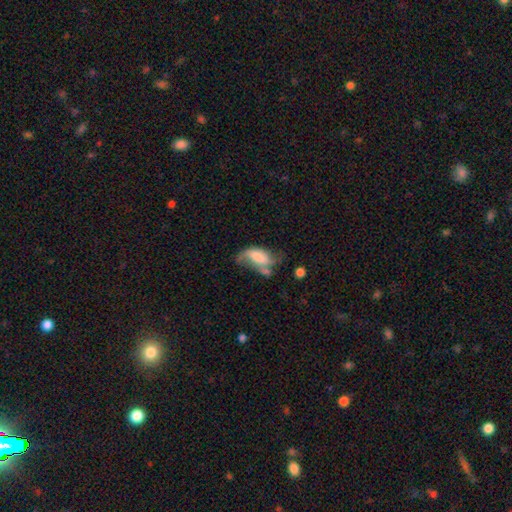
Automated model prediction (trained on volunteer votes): Smooth or featured? Predicted: featured or disk (p=0.45). Merging? Predicted: none (p=0.32).